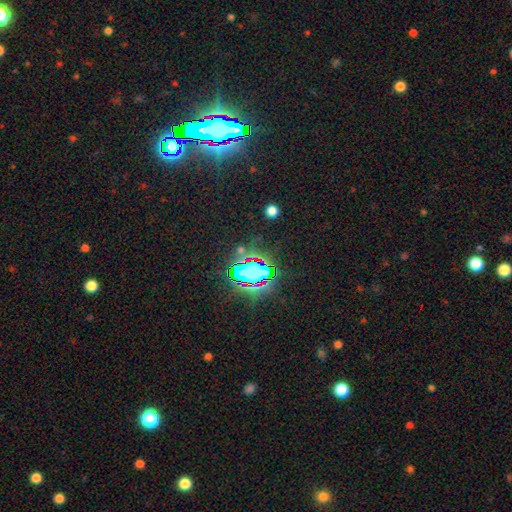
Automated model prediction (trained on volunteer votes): Morphology: type=star or artifact (84%).